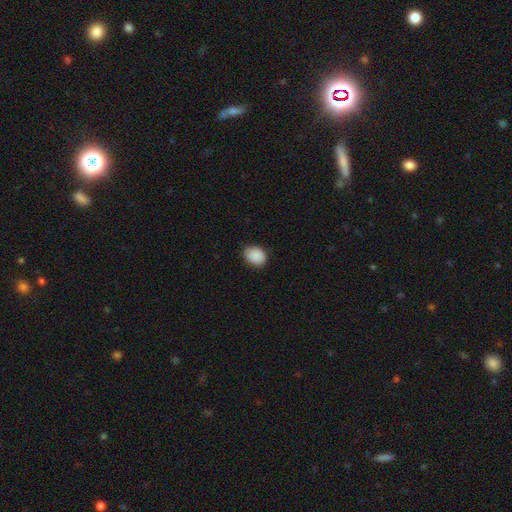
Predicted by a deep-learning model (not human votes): smooth_or_featured: smooth (p=0.89) [alt: star or artifact p=0.07]
how_rounded: in between (p=0.56) [alt: round p=0.43]
merging: none (p=0.80) [alt: minor disturbance p=0.16]